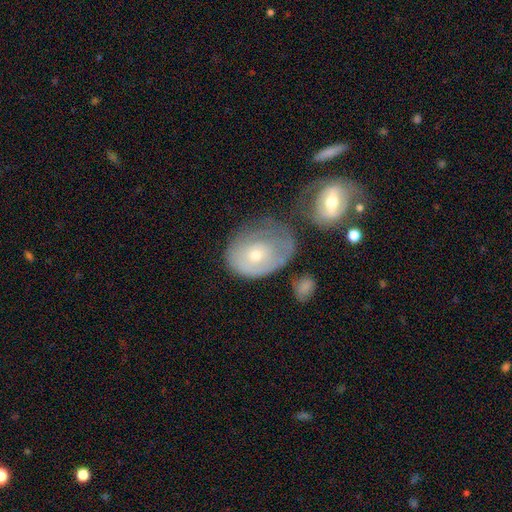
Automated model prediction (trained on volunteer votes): Morphology: type=featured or disk (51%); edge-on=no (95%); merging=none (34%).